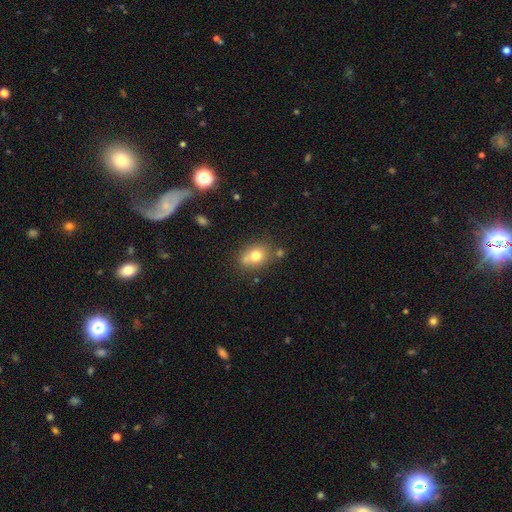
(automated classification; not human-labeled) Smooth or featured? Predicted: smooth (p=0.73). How rounded? Predicted: in between (p=0.51). Merging? Predicted: none (p=0.58).